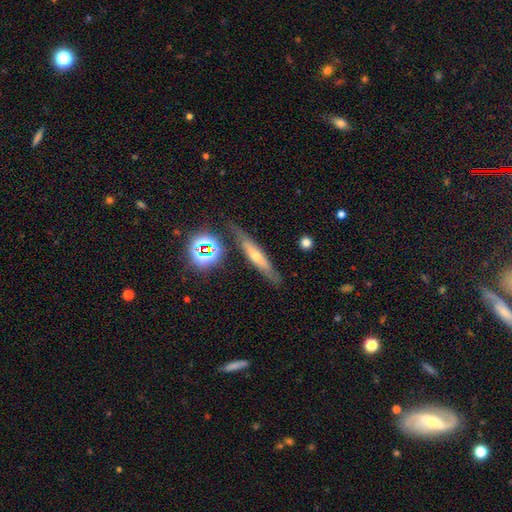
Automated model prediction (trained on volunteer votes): This appears to be a featured or disk galaxy (49%). Merging: none (79%).